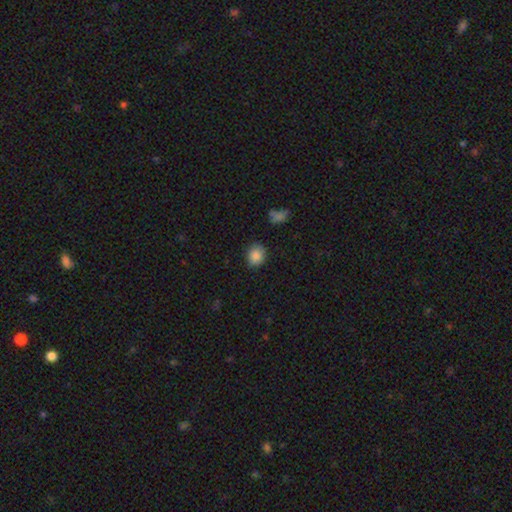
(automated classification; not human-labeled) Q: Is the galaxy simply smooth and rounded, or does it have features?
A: smooth — 86%.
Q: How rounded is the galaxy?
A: round — 60%.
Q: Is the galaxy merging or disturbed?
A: none — 85%.